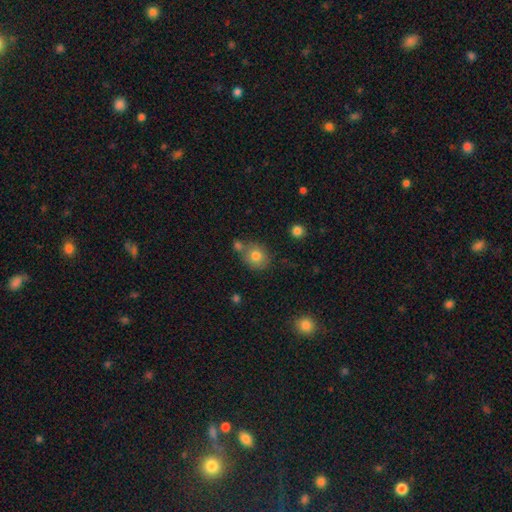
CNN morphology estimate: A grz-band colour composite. It shows a smooth galaxy with no disk features (79%) that is round (75%). Merging: none (63%).